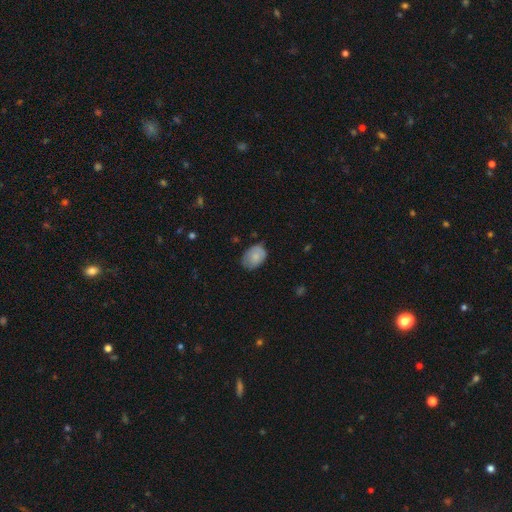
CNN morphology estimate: A smooth galaxy with no disk features (77%) that is in between round and cigar-shaped (80%). Merging: none (65%).